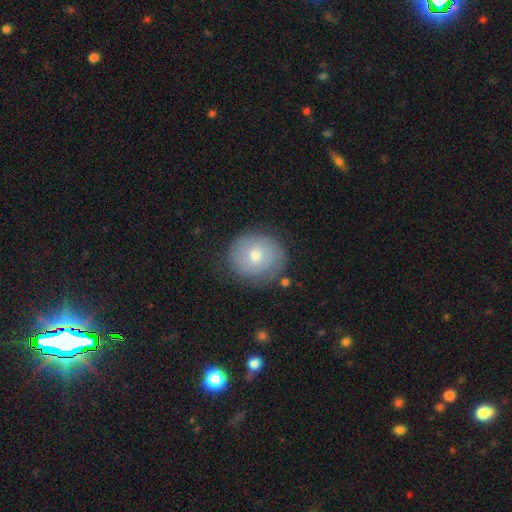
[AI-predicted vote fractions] This appears to be a smooth galaxy with no disk features (56%) that is round (83%). Merging: none (80%).